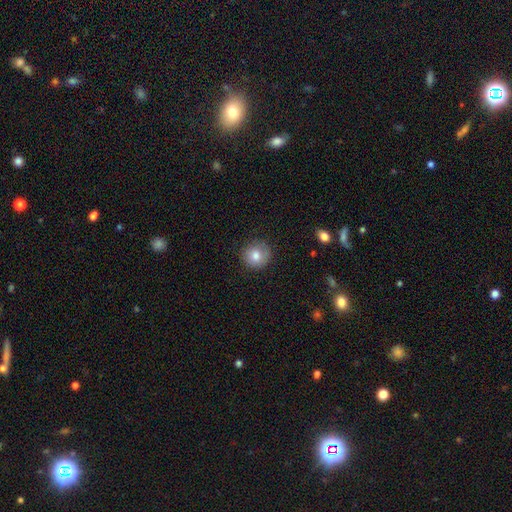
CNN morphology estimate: This appears to be a smooth galaxy with no disk features (78%) that is round (90%). Merging: none (80%).